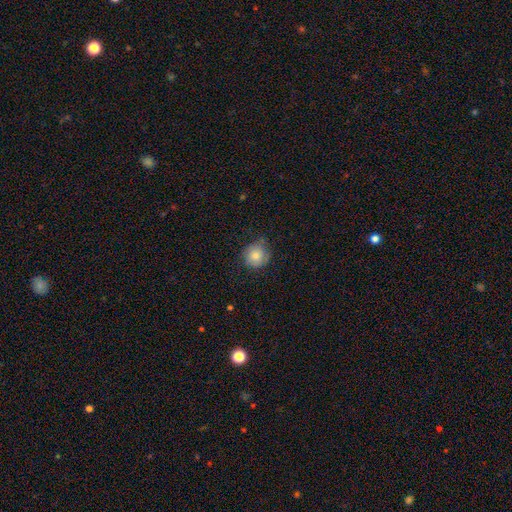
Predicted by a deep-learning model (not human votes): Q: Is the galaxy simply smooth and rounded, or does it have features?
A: smooth — 80%.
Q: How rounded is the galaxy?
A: round — 88%.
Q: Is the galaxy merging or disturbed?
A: none — 68%.